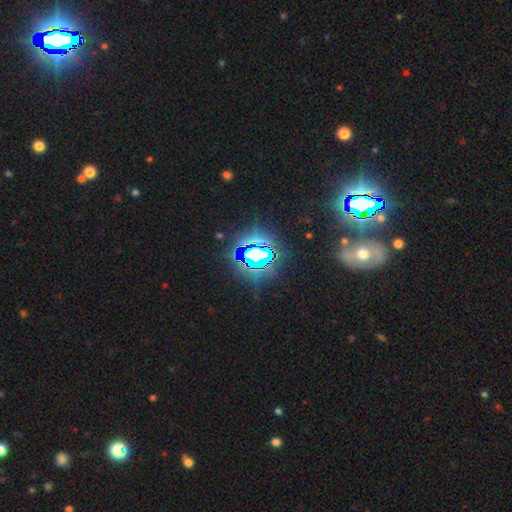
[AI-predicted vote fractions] Morphology: type=star or artifact (77%).